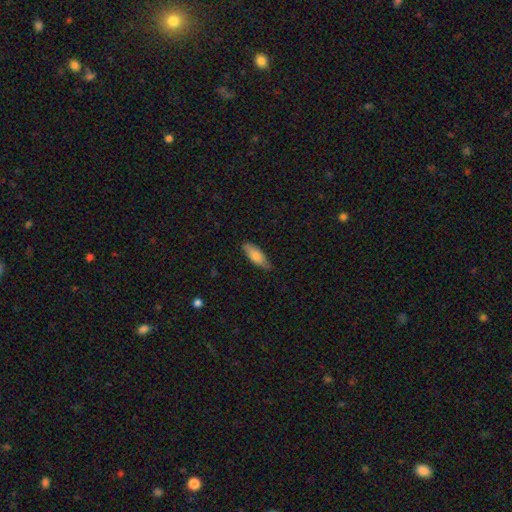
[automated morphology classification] Smooth or featured? smooth (82%)
How rounded? in between (66%)
Merging? none (79%)